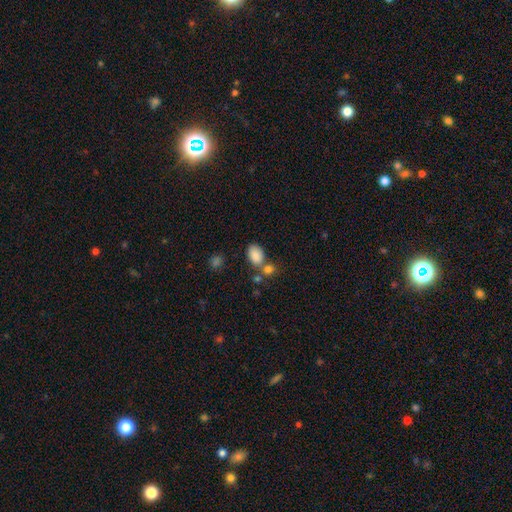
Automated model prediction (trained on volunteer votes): Smooth or featured?
  - smooth: 85% *
  - star or artifact: 9%
  - featured or disk: 6%
How rounded?
  - in between: 83% *
  - round: 15%
  - cigar-shaped: 1%
Merging?
  - none: 54% *
  - merger: 27%
  - minor disturbance: 14%
  - major disturbance: 5%